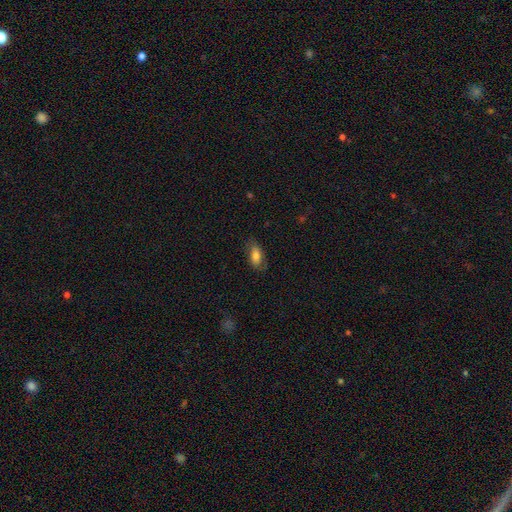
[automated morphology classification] type=smooth (76%); roundness=in between (85%); merging=none (73%).